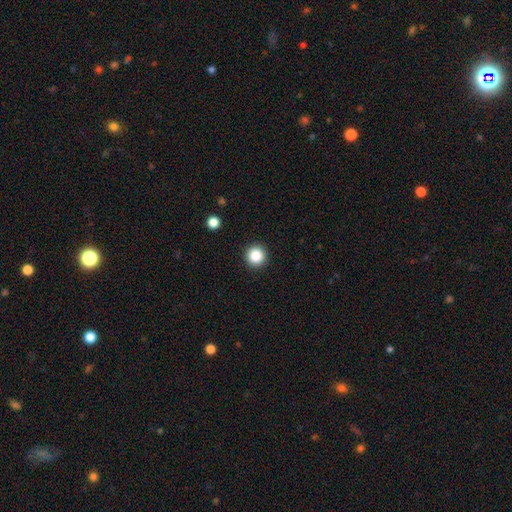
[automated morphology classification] A smooth galaxy with no disk features (86%) that is round (95%). Merging: none (92%).